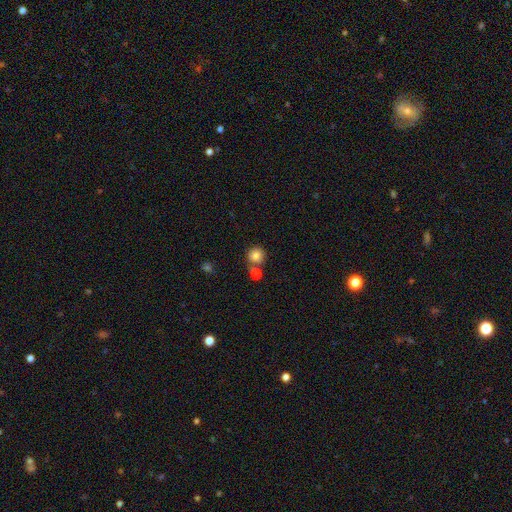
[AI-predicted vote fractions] Smooth or featured? smooth (83%)
How rounded? round (91%)
Merging? none (63%)